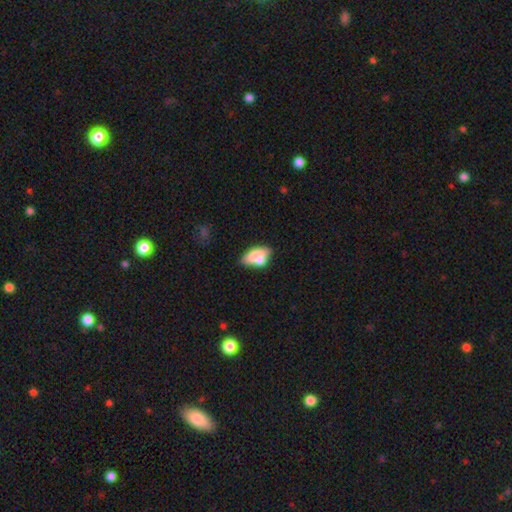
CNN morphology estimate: Smooth or featured? smooth (67%)
How rounded? in between (85%)
Merging? none (41%)